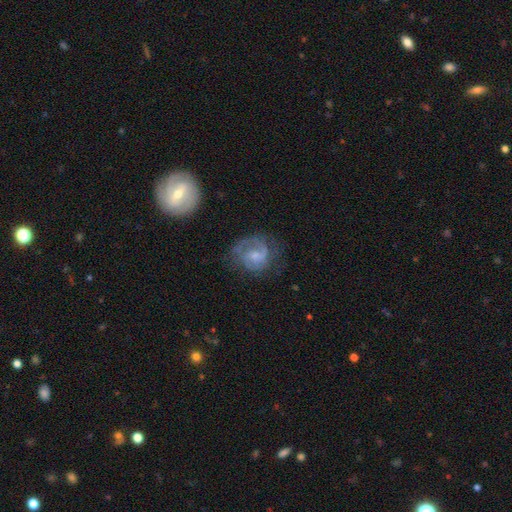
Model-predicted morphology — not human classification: smooth-or-featured: featured or disk: 75% | smooth: 18% | star or artifact: 7%
  disk-edge-on: no: 98% | yes: 2%
    bar: no: 48% | weak: 45% | strong: 7%
    has-spiral-arms: yes: 91% | no: 9%
      spiral-winding: medium: 45% | tight: 39% | loose: 16%
      spiral-arm-count: 2: 59% | can't tell: 20% | 3: 9% | 1: 8% | 4: 2% | more than 4: 2%
    bulge-size: small: 57% | moderate: 31% | none: 9% | large: 2% | dominant: 1%
  merging: none: 60% | minor disturbance: 22% | major disturbance: 16% | merger: 2%